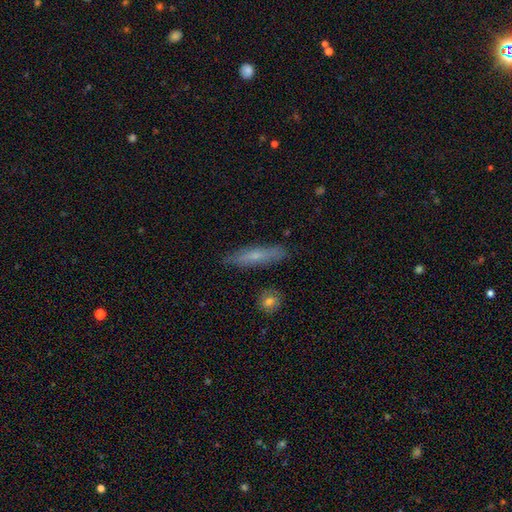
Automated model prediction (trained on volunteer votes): Overall: smooth (54%; featured or disk 38%). How rounded: cigar-shaped (85%). Merging: none (85%).